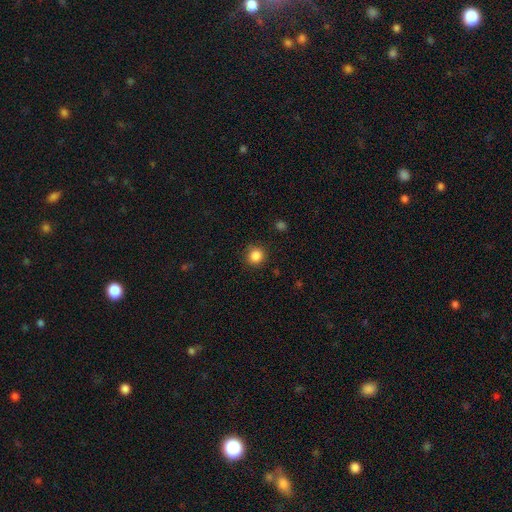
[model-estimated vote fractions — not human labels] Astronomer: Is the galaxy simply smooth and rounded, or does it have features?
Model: smooth — 86%.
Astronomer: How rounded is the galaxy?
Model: round — 93%.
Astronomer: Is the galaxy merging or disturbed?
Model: none — 88%.